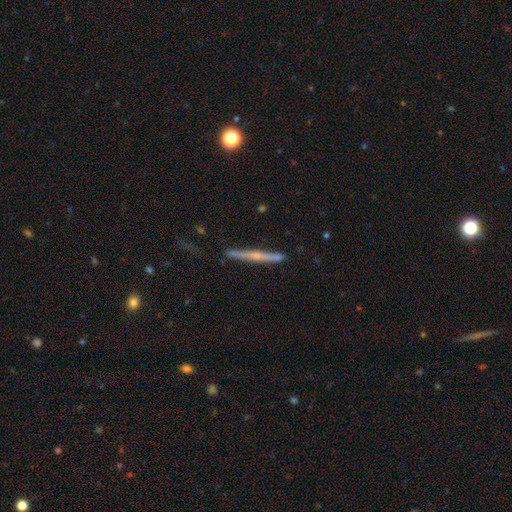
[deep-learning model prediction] Smooth or featured? Predicted: featured or disk (p=0.63). Edge-on disk? Predicted: yes (p=0.98). Edge-on bulge? Predicted: rounded (p=0.54). Merging? Predicted: none (p=0.87).